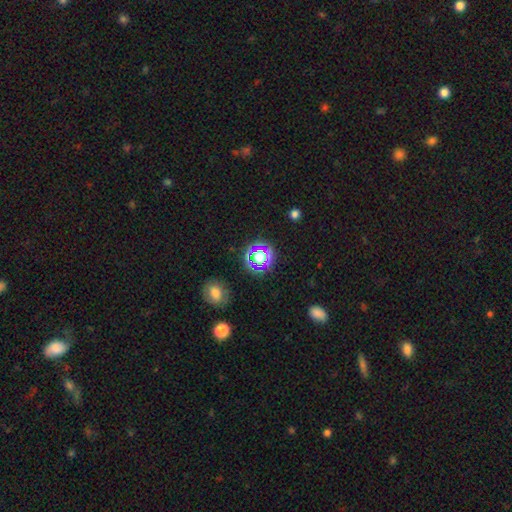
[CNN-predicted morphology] Smooth or featured: star or artifact — 61% (smooth — 28%)